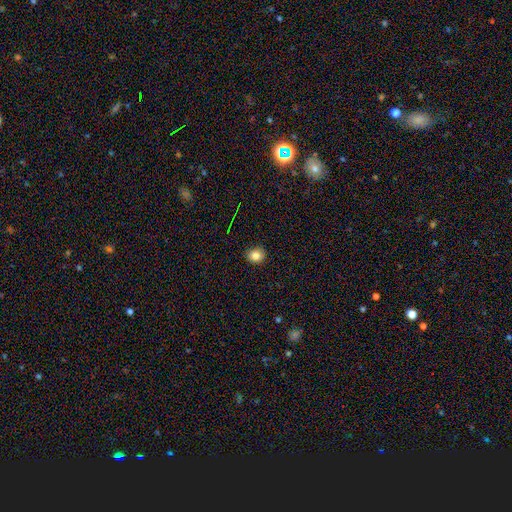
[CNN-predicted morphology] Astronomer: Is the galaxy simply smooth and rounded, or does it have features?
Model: smooth — 83%.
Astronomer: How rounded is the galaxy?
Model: round — 74%.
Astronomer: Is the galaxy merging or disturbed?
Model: none — 89%.